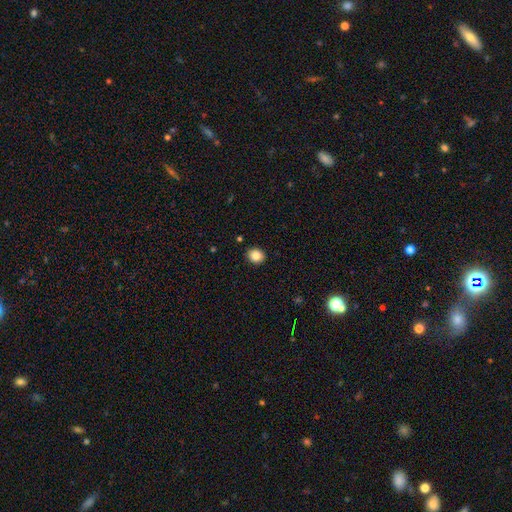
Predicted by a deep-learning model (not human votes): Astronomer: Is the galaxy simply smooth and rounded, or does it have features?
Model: smooth — 85%.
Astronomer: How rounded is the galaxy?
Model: round — 63%.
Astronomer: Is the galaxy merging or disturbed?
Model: none — 90%.